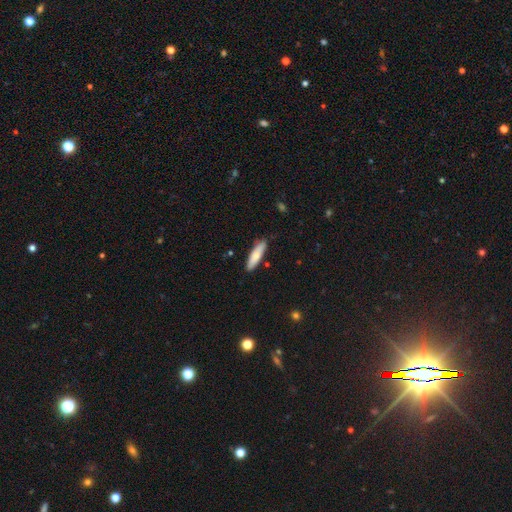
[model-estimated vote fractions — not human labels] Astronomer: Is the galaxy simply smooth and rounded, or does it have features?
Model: smooth — 75%.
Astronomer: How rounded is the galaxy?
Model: cigar-shaped — 68%.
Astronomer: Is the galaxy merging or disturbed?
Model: none — 85%.